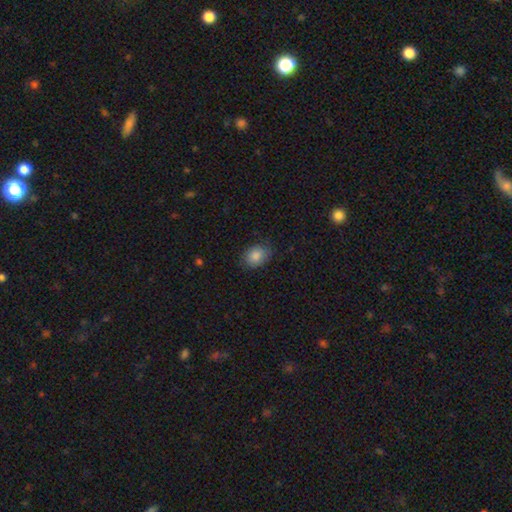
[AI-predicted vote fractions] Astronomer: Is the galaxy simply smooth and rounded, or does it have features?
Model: smooth — 85%.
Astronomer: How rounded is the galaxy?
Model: in between — 64%.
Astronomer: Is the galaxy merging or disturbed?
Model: none — 81%.